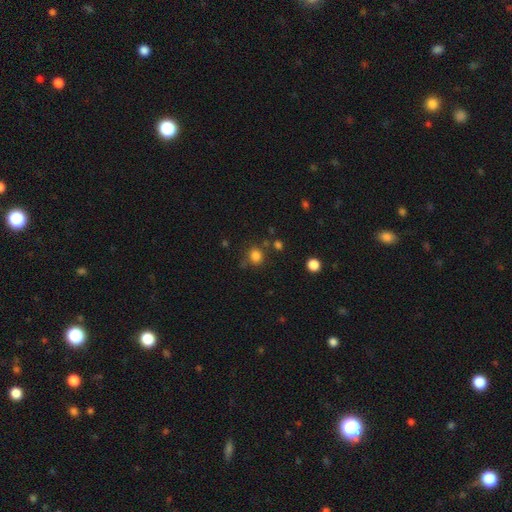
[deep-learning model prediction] smooth_or_featured: smooth (p=0.81) [alt: star or artifact p=0.14]
how_rounded: round (p=0.81) [alt: in between p=0.18]
merging: none (p=0.75) [alt: minor disturbance p=0.12]